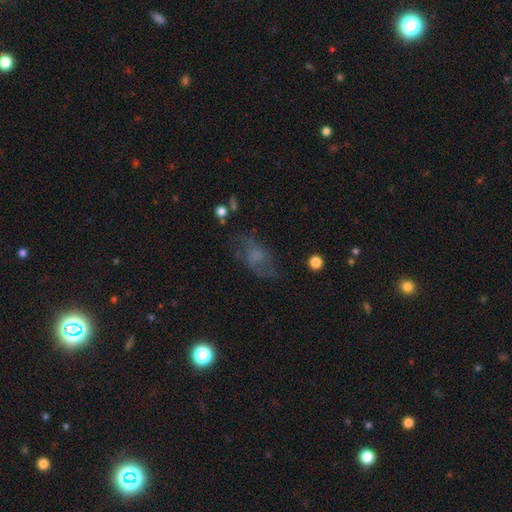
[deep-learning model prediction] A smooth galaxy with no disk features (44%).

Vote fractions:
- Smooth or featured? smooth: 44% / featured or disk: 39% / star or artifact: 17%
- Merging? none: 54% / minor disturbance: 22% / major disturbance: 21% / merger: 3%